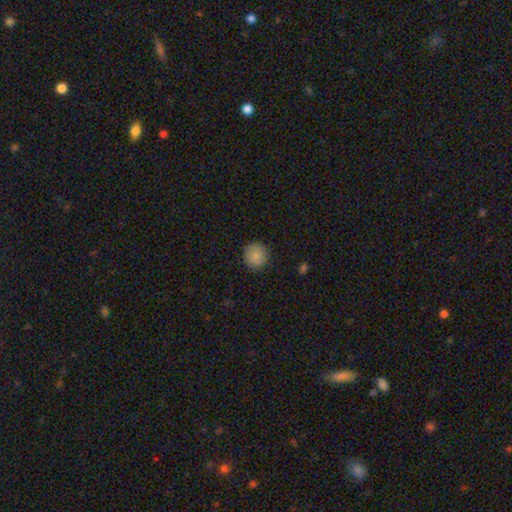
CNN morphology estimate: A smooth galaxy with no disk features (86%) that is round (93%). Merging: none (88%).